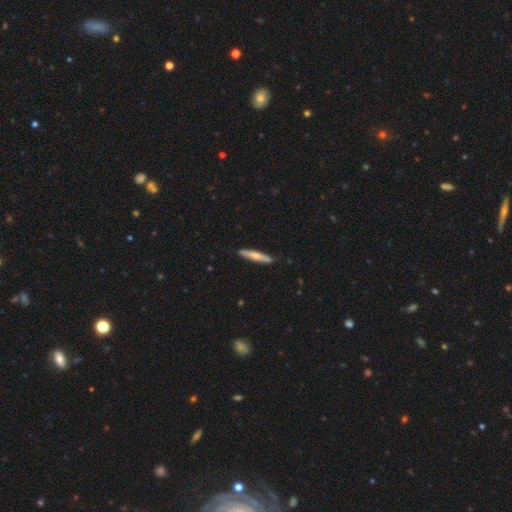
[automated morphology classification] smooth 60%, featured or disk 35%, star or artifact 5%. Down the decision tree: how rounded — cigar-shaped (91%); merging — none (86%).